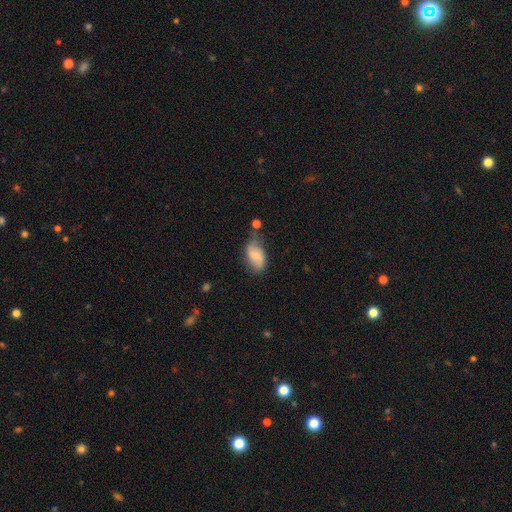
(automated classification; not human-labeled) A smooth galaxy with no disk features (59%) that is in between round and cigar-shaped (91%). Merging: none (53%).